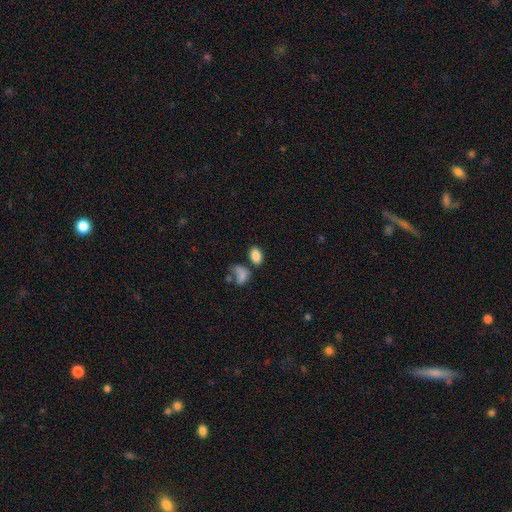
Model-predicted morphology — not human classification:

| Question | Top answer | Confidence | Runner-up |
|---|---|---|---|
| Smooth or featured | smooth | 84% | star or artifact (10%) |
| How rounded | in between | 89% | round (10%) |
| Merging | none | 62% | merger (18%) |